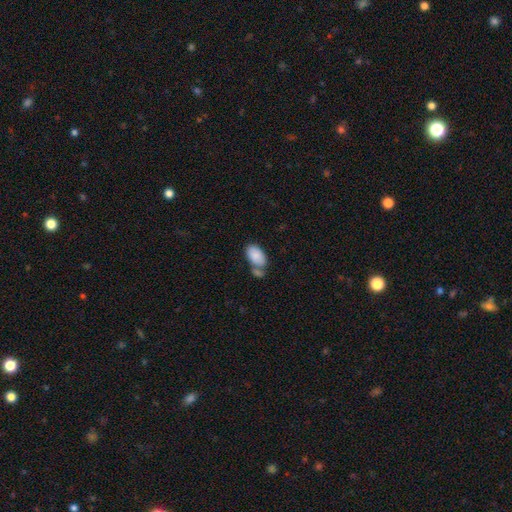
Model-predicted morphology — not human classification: This is clearly a smooth galaxy (85%). How rounded: clearly in between (94%). Merging: marginally none (42%).